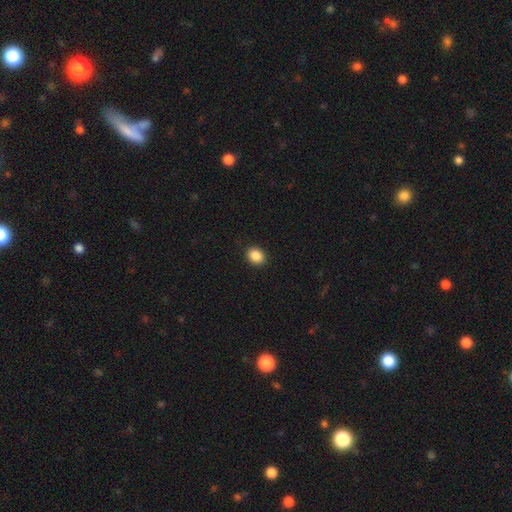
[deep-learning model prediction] Q: Smooth or featured?
A: smooth (88%); runner-up: star or artifact (9%)
Q: How rounded?
A: in between (54%); runner-up: round (46%)
Q: Merging?
A: none (91%); runner-up: minor disturbance (6%)